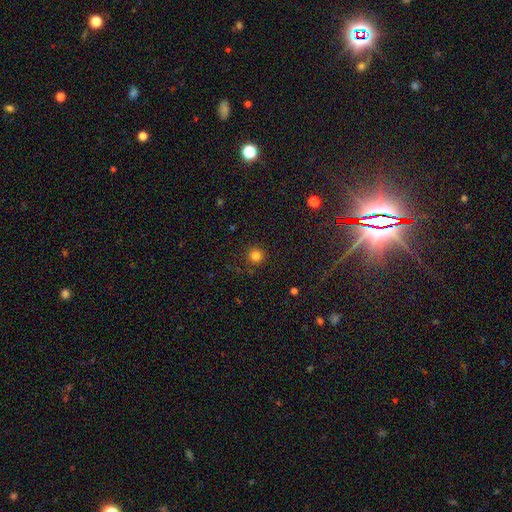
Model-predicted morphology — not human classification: Smooth or featured? smooth (81%)
How rounded? round (95%)
Merging? none (89%)